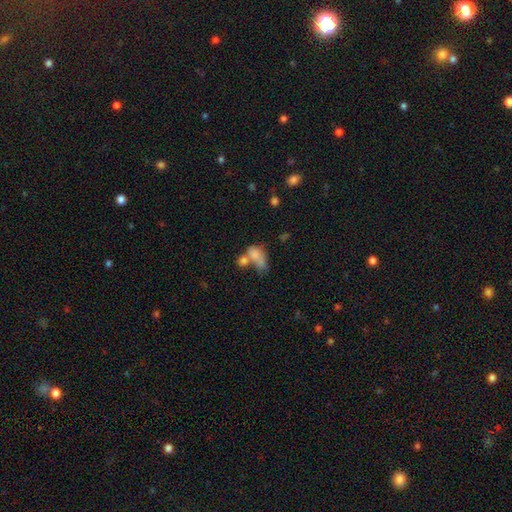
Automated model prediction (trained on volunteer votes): Smooth or featured? Predicted: smooth (p=0.74). How rounded? Predicted: in between (p=0.81). Merging? Predicted: merger (p=0.51).